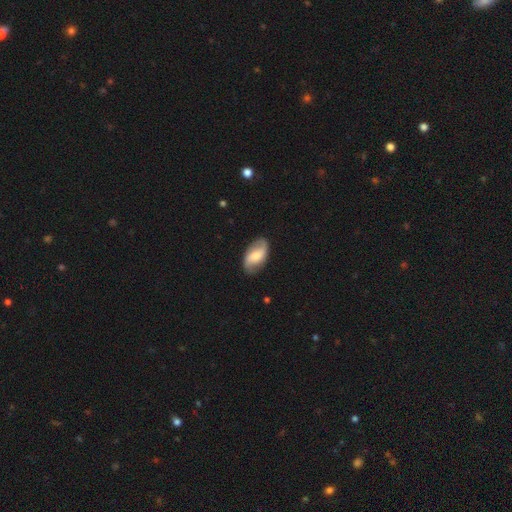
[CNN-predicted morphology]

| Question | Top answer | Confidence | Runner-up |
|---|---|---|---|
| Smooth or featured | featured or disk | 67% | smooth (27%) |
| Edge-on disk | no | 96% | yes (4%) |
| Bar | weak | 45% | no (36%) |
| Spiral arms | yes | 91% | no (9%) |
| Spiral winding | loose | 56% | medium (31%) |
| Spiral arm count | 2 | 91% | can't tell (4%) |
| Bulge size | moderate | 49% | small (32%) |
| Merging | none | 83% | minor disturbance (12%) |